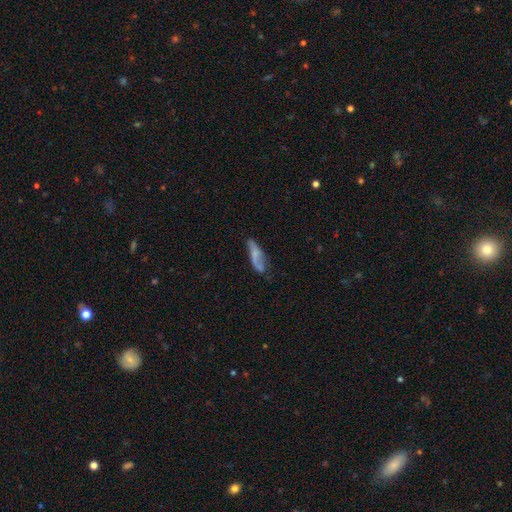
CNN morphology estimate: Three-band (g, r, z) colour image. It shows a smooth galaxy with no disk features (55%) that is cigar-shaped (51%). Merging: none (53%).